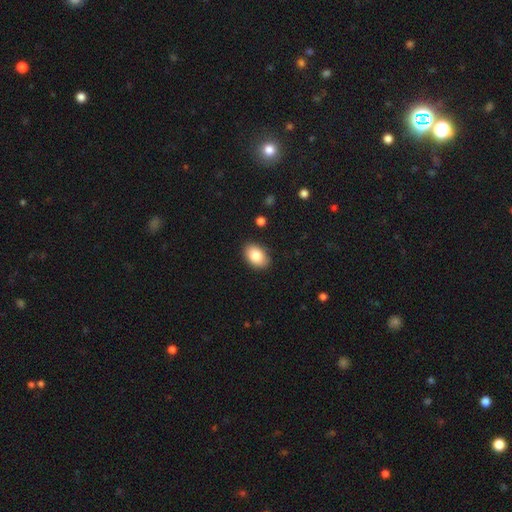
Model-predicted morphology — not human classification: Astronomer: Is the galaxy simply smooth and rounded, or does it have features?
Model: smooth — 83%.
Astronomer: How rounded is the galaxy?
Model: in between — 86%.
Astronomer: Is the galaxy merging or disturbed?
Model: none — 87%.